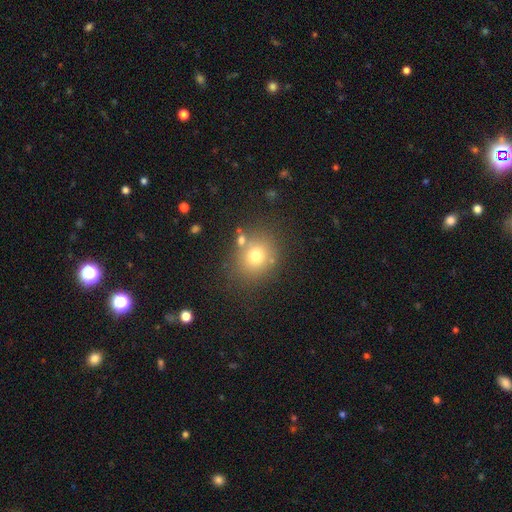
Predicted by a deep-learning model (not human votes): Smooth or featured: smooth — 71% (star or artifact — 15%)
How rounded: round — 74% (in between — 25%)
Merging: none — 74% (minor disturbance — 12%)